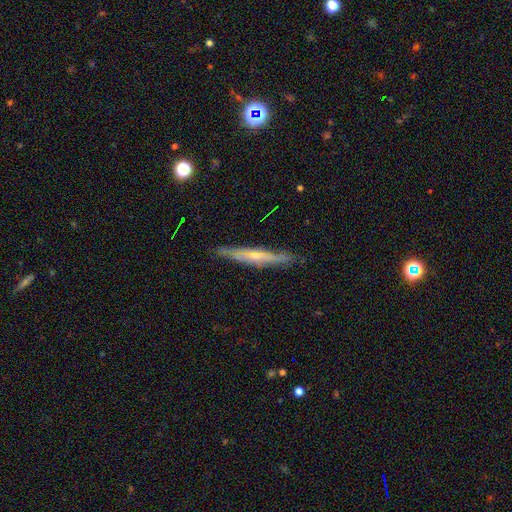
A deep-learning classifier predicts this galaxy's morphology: featured or disk 68%, smooth 26%, star or artifact 7%. Down the decision tree: edge-on disk — yes (90%); edge-on bulge — rounded (56%); merging — none (83%).